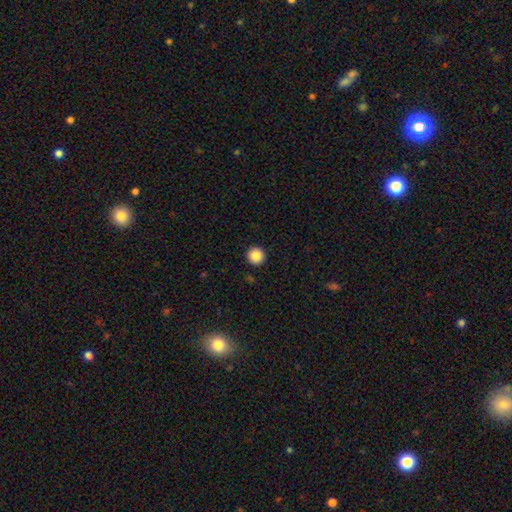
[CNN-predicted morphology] smooth-or-featured: smooth: 87% | star or artifact: 10% | featured or disk: 4%
  how-rounded: round: 96% | in between: 3% | cigar-shaped: 1%
  merging: none: 93% | minor disturbance: 4% | major disturbance: 1% | merger: 1%